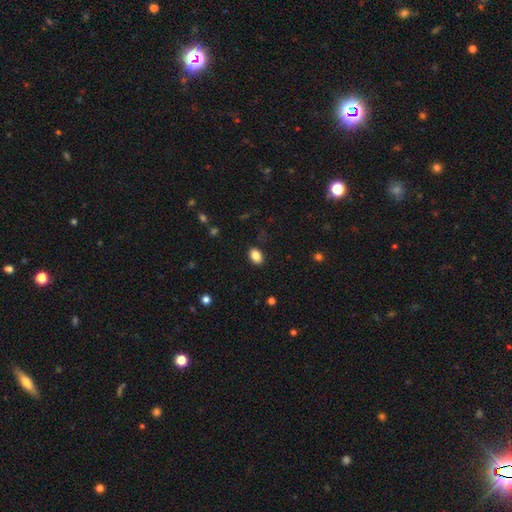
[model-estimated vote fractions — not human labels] A smooth galaxy with no disk features (85%) that is in between round and cigar-shaped (81%). Merging: none (87%).